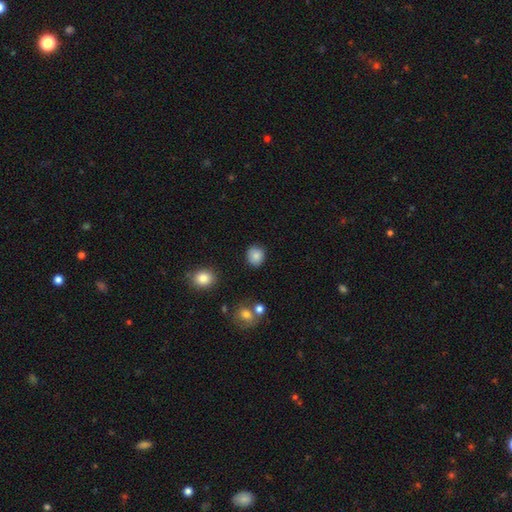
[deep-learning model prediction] A smooth galaxy with no disk features (85%) that is round (82%). Merging: none (86%).